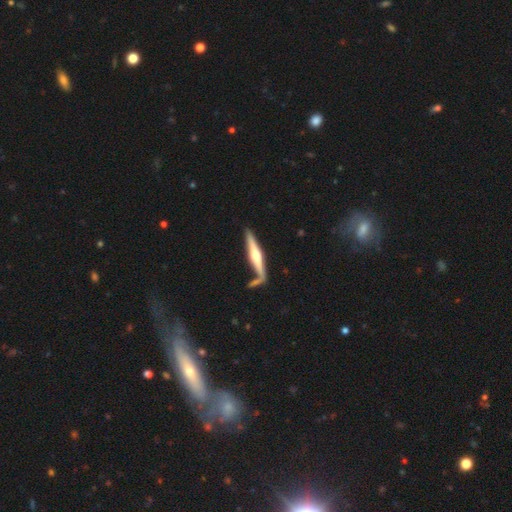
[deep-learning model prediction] This appears to be a featured or disk galaxy (67%) viewed edge-on (96%) with a rounded central bulge (88%). Merging: none (66%).